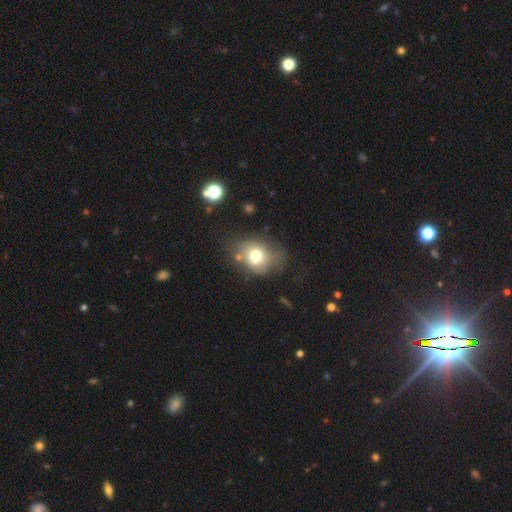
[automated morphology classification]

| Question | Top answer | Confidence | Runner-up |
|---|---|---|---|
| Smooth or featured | smooth | 69% | featured or disk (20%) |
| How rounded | in between | 51% | round (48%) |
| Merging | none | 51% | minor disturbance (26%) |